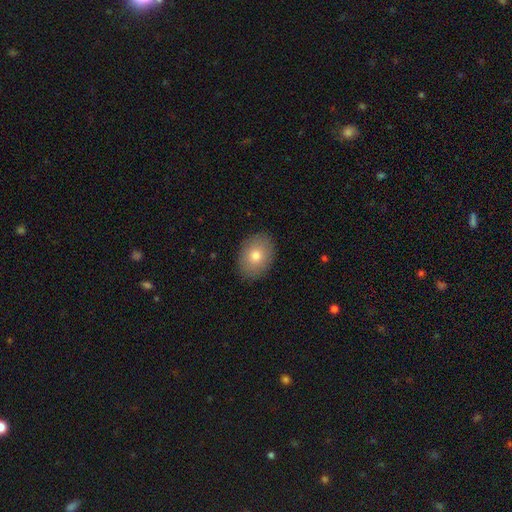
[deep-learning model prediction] This appears to be a smooth galaxy with no disk features (77%) that is in between round and cigar-shaped (71%). Merging: none (89%).